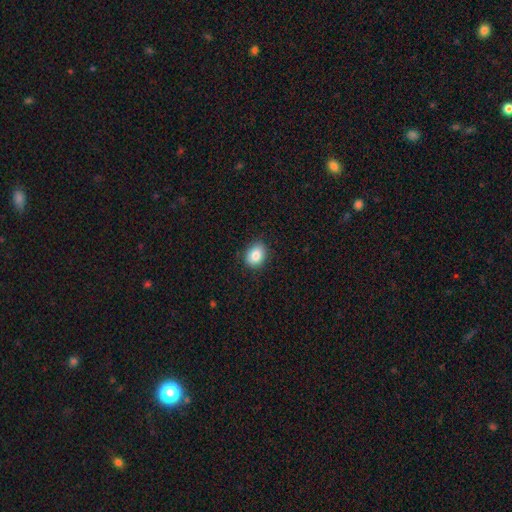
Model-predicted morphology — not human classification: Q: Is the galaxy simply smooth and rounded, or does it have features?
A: smooth — 86%.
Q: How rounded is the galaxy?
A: in between — 59%.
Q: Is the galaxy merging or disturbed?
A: none — 85%.